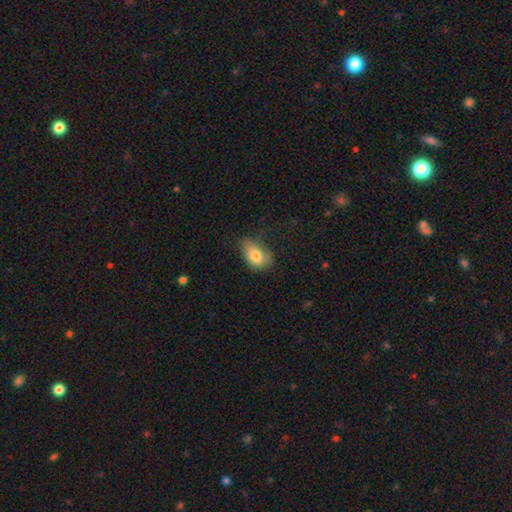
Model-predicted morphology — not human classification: The model was most divided on "merging": none: 47%, minor disturbance: 37%, major disturbance: 14%, merger: 2%. More confident: how rounded — in between (85%); smooth or featured — smooth (79%).